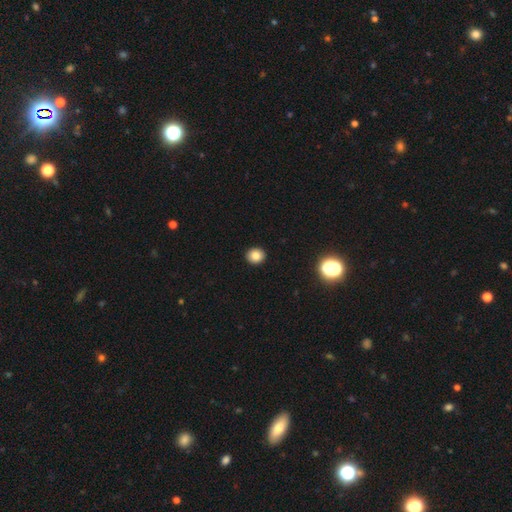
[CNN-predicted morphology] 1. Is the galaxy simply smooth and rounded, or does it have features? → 83% smooth, 12% star or artifact, 6% featured or disk.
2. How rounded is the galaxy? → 75% round, 24% in between, 1% cigar-shaped.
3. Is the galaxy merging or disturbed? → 93% none, 5% minor disturbance, 1% major disturbance, 1% merger.